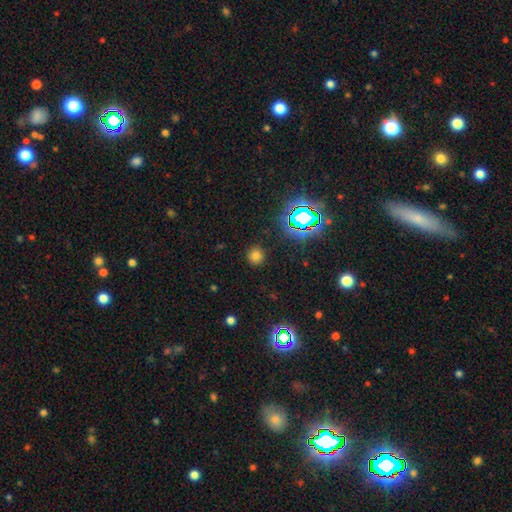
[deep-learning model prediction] Smooth or featured?
  - smooth: 70% *
  - star or artifact: 23%
  - featured or disk: 7%
How rounded?
  - round: 92% *
  - in between: 7%
  - cigar-shaped: 1%
Merging?
  - none: 88% *
  - minor disturbance: 7%
  - major disturbance: 3%
  - merger: 2%